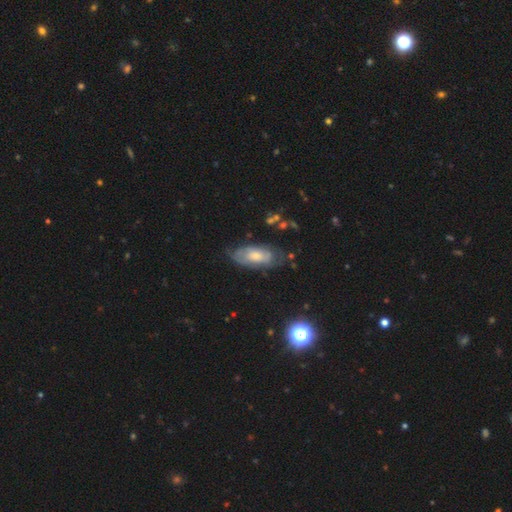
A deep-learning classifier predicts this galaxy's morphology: smooth_or_featured: featured or disk (p=0.53) [alt: smooth p=0.40]
disk_edge_on: no (p=0.88) [alt: yes p=0.12]
merging: none (p=0.60) [alt: minor disturbance p=0.26]